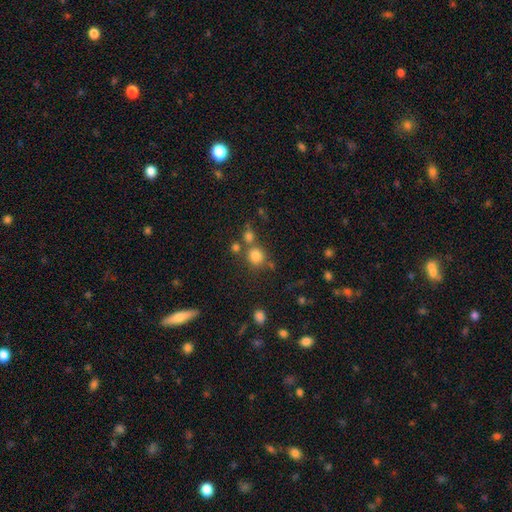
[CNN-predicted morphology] This is likely a smooth galaxy (79%). How rounded: clearly round (82%). Merging: likely none (64%).